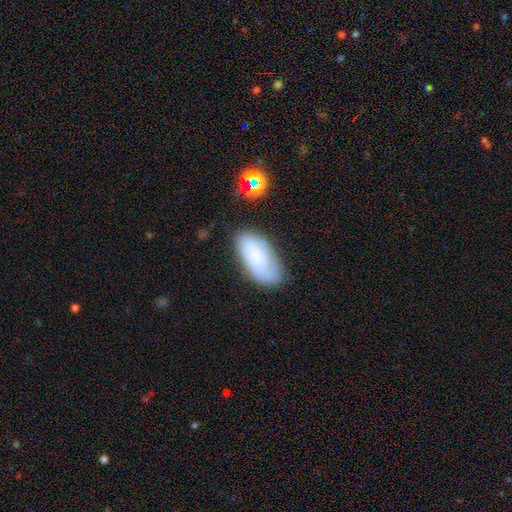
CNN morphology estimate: Smooth or featured? Predicted: smooth (p=0.70). How rounded? Predicted: in between (p=0.92). Merging? Predicted: none (p=0.66).